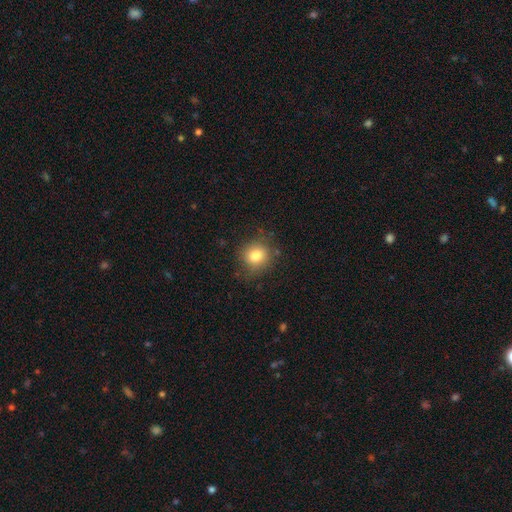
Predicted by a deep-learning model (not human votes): The model was most divided on "how rounded": round: 81%, in between: 18%, cigar-shaped: 1%. More confident: smooth or featured — smooth (81%); merging — none (80%).